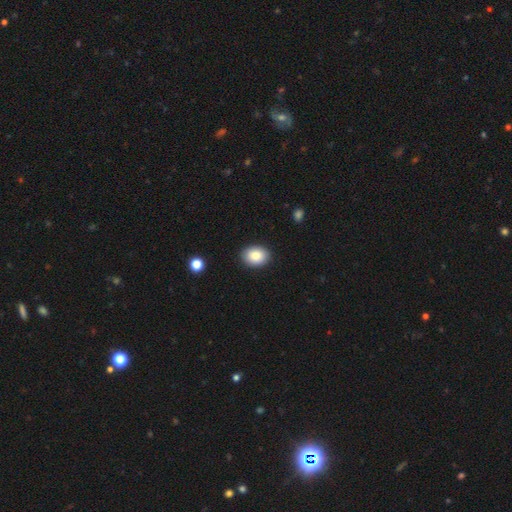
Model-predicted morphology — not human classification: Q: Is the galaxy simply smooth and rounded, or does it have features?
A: smooth — 86%.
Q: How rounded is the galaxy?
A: in between — 67%.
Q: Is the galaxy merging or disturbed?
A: none — 89%.